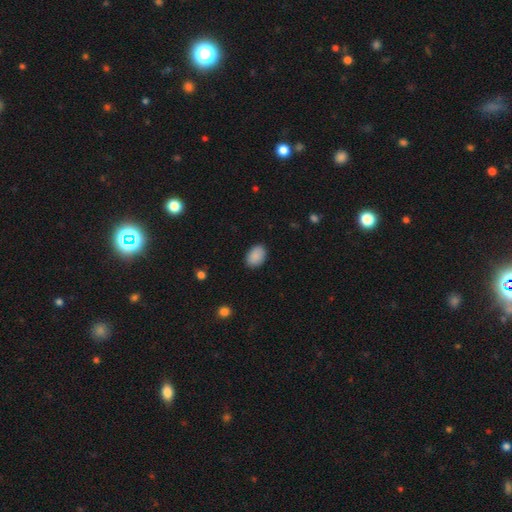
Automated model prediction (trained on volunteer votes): Q: Smooth or featured?
A: smooth (90%); runner-up: star or artifact (7%)
Q: How rounded?
A: in between (83%); runner-up: round (16%)
Q: Merging?
A: none (87%); runner-up: minor disturbance (9%)